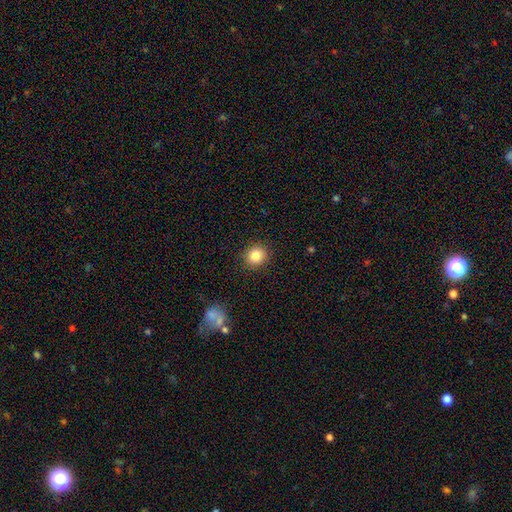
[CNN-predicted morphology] This is clearly a smooth galaxy (84%). How rounded: clearly round (87%). Merging: clearly none (90%).